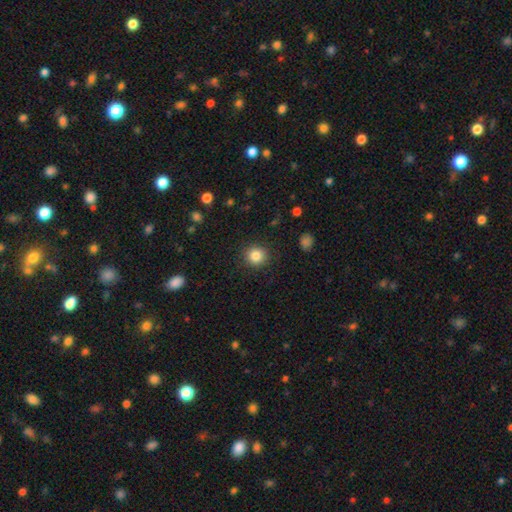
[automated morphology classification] smooth_or_featured: smooth (p=0.84) [alt: star or artifact p=0.11]
how_rounded: round (p=0.92) [alt: in between p=0.07]
merging: none (p=0.90) [alt: minor disturbance p=0.06]